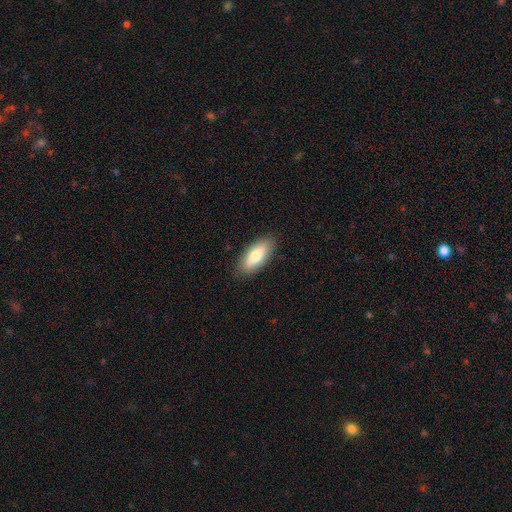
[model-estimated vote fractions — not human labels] Q: Smooth or featured?
A: smooth (76%); runner-up: featured or disk (18%)
Q: How rounded?
A: in between (80%); runner-up: cigar-shaped (18%)
Q: Merging?
A: none (87%); runner-up: minor disturbance (10%)